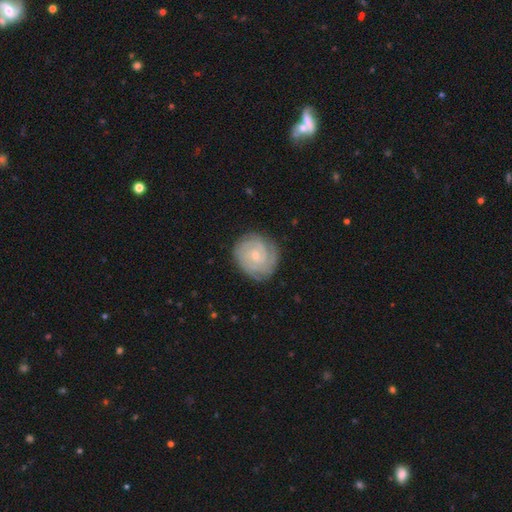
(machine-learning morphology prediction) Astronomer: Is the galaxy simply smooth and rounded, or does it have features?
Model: featured or disk — 87%.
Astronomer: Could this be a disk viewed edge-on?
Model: no — 98%.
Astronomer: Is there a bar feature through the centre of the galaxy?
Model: no — 55% (runner-up: weak, 38%).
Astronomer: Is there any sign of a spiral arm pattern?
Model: yes — 98%.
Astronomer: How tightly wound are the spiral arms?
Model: tight — 84%.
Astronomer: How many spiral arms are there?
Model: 2 — 51%.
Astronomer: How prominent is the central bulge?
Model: small — 65%.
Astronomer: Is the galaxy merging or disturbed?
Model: none — 83%.